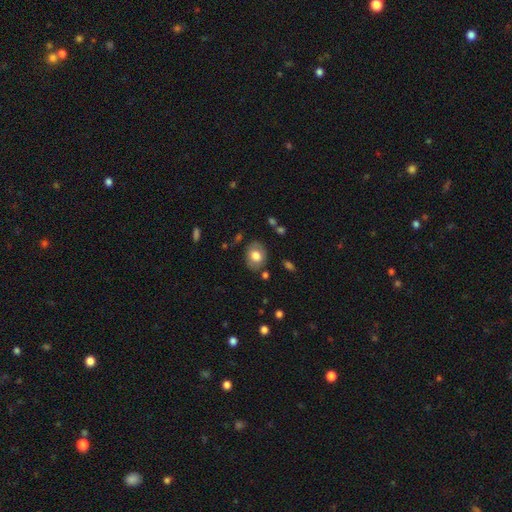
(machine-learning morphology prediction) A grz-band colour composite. It shows a smooth galaxy with no disk features (72%) that is in between round and cigar-shaped (58%). Merging: none (79%).